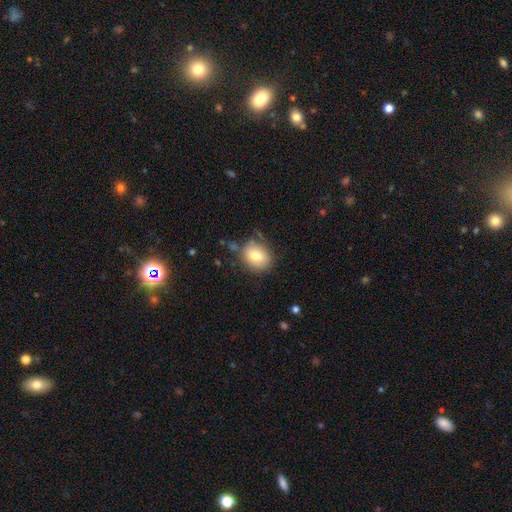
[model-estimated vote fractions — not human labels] smooth-or-featured: smooth: 77% | featured or disk: 13% | star or artifact: 9%
  how-rounded: round: 56% | in between: 43% | cigar-shaped: 1%
  merging: none: 74% | minor disturbance: 17% | major disturbance: 5% | merger: 4%